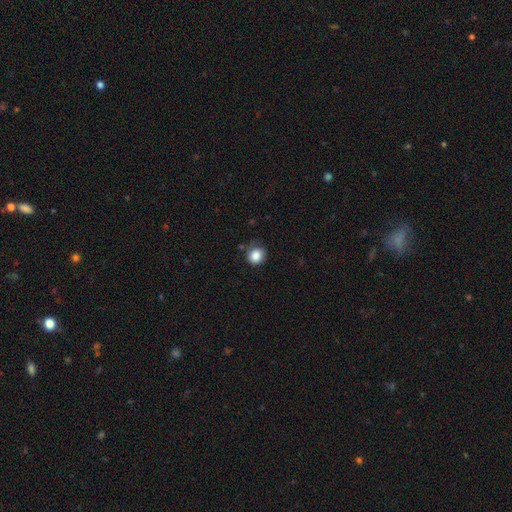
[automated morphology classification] smooth 86%, star or artifact 9%, featured or disk 5%. Down the decision tree: how rounded — round (83%); merging — none (70%).